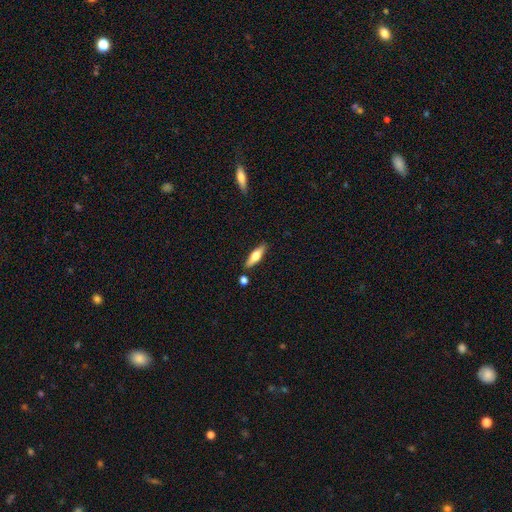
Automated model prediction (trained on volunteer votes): Smooth or featured: smooth — 52% (featured or disk — 43%)
How rounded: cigar-shaped — 61% (in between — 37%)
Merging: none — 83% (minor disturbance — 10%)